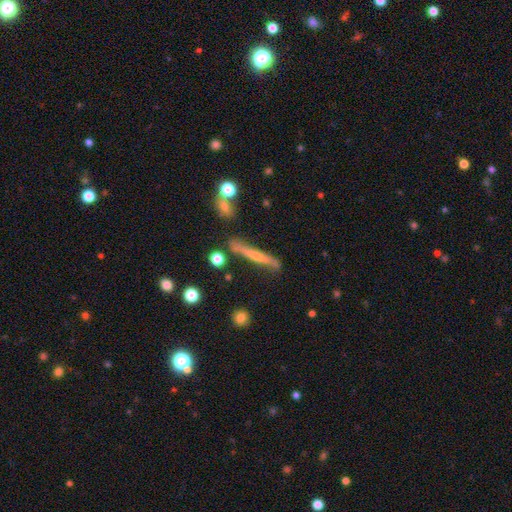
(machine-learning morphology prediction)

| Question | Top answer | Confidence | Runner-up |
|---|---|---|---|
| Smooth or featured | featured or disk | 55% | smooth (37%) |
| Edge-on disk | yes | 92% | no (8%) |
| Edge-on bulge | rounded | 49% | none (43%) |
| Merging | none | 75% | minor disturbance (16%) |